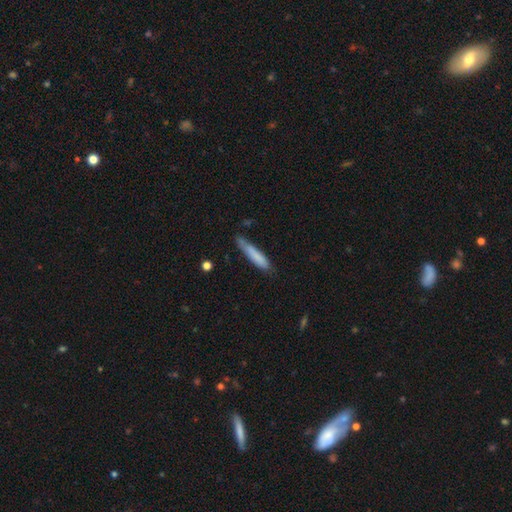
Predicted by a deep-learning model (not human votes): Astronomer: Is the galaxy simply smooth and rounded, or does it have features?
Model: smooth — 79%.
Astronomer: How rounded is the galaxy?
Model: cigar-shaped — 89%.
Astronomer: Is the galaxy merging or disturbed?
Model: none — 67%.